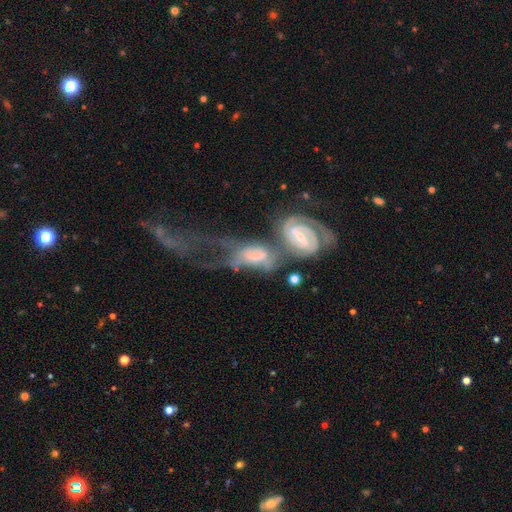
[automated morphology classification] Smooth or featured?
  - featured or disk: 75% *
  - smooth: 18%
  - star or artifact: 7%
Edge-on disk?
  - no: 95% *
  - yes: 5%
Bar?
  - weak: 42% *
  - strong: 29%
  - no: 29%
Spiral arms?
  - yes: 88% *
  - no: 12%
Spiral winding?
  - tight: 51% *
  - medium: 33%
  - loose: 16%
Spiral arm count?
  - 2: 46% *
  - can't tell: 33%
  - 3: 9%
  - 1: 6%
  - 4: 4%
  - more than 4: 3%
Bulge size?
  - small: 51% *
  - moderate: 36%
  - none: 7%
  - large: 4%
  - dominant: 1%
Merging?
  - merger: 61% *
  - major disturbance: 19%
  - none: 12%
  - minor disturbance: 8%